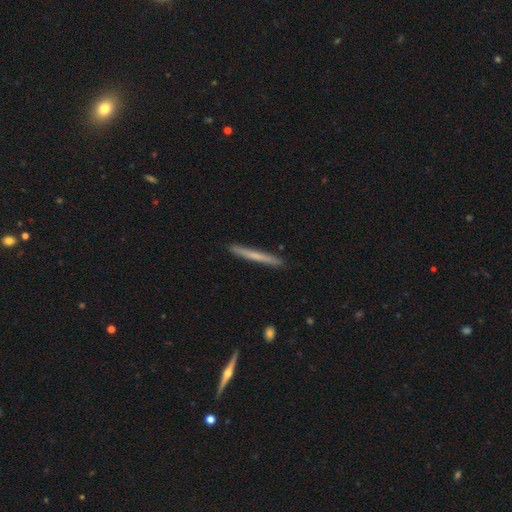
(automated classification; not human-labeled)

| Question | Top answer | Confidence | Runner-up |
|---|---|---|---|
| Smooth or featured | smooth | 55% | featured or disk (39%) |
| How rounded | cigar-shaped | 97% | in between (2%) |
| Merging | none | 92% | minor disturbance (6%) |